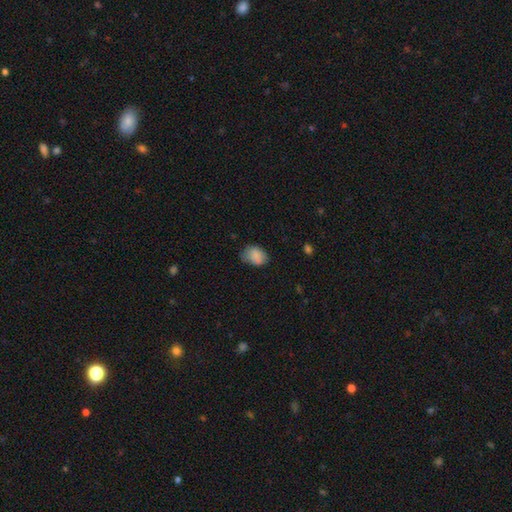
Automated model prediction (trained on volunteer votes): Morphology: type=smooth (83%); roundness=in between (73%); merging=none (59%).